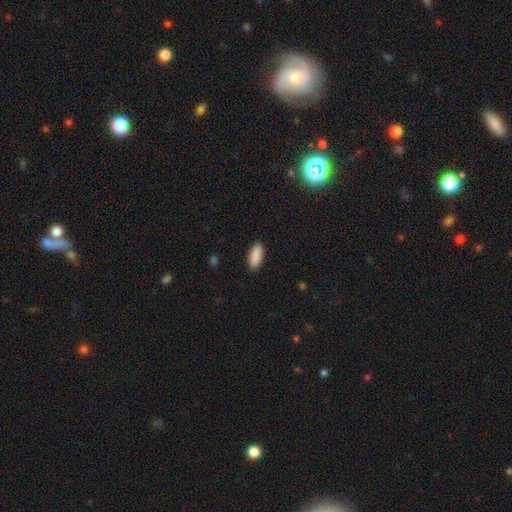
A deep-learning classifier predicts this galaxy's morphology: smooth 91%, star or artifact 6%, featured or disk 3%. Down the decision tree: how rounded — in between (81%); merging — none (90%).